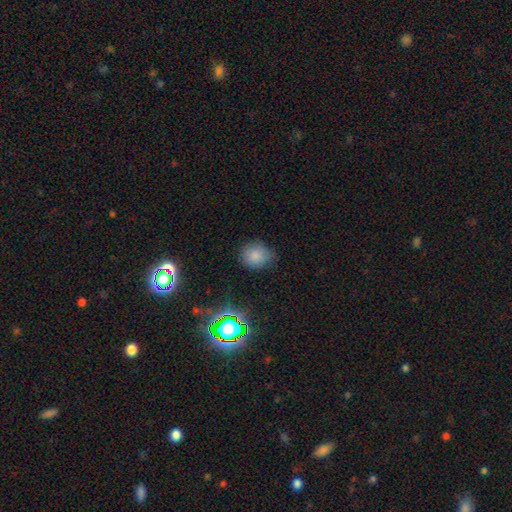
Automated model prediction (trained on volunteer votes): A smooth galaxy with no disk features (81%) that is round (73%).

Vote fractions:
- Smooth or featured? smooth: 81% / star or artifact: 13% / featured or disk: 6%
- How rounded? round: 73% / in between: 26% / cigar-shaped: 1%
- Merging? none: 77% / minor disturbance: 18% / major disturbance: 4% / merger: 2%